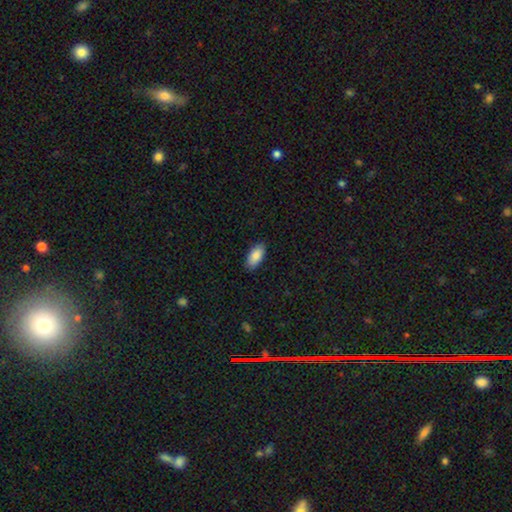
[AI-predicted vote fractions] smooth_or_featured: smooth (p=0.88) [alt: star or artifact p=0.06]
how_rounded: in between (p=0.91) [alt: cigar-shaped p=0.07]
merging: none (p=0.88) [alt: minor disturbance p=0.09]